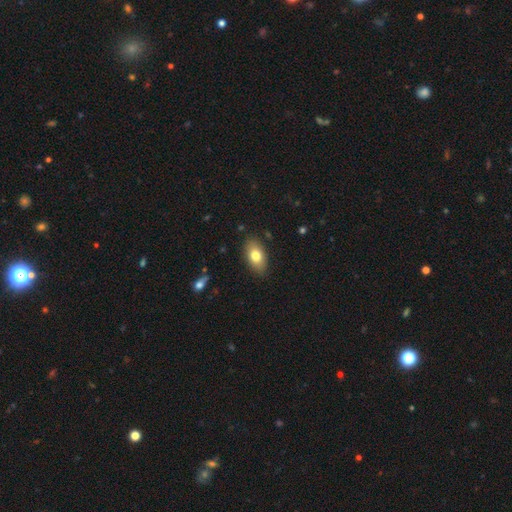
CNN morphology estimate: The model was most divided on "smooth or featured": smooth: 78%, featured or disk: 15%, star or artifact: 7%. More confident: how rounded — in between (91%); merging — none (86%).